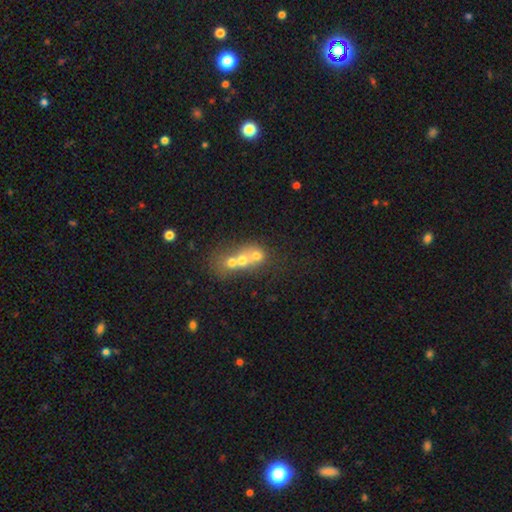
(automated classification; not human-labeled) The model was most divided on "smooth or featured": smooth: 54%, featured or disk: 32%, star or artifact: 14%. More confident: merging — merger (73%); how rounded — round (63%).